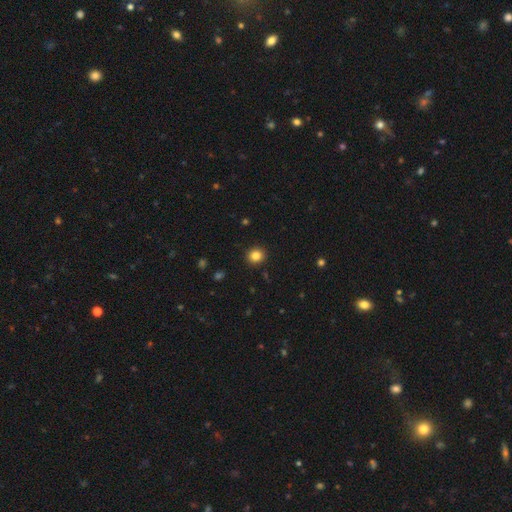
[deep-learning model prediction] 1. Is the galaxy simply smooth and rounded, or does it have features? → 84% smooth, 11% star or artifact, 5% featured or disk.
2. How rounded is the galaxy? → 84% round, 16% in between, 1% cigar-shaped.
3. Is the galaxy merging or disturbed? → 92% none, 5% minor disturbance, 2% major disturbance, 1% merger.